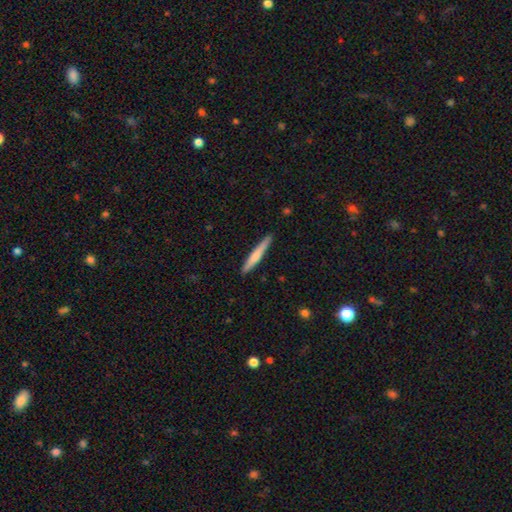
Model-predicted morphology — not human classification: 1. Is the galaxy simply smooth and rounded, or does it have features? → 61% smooth, 33% featured or disk, 5% star or artifact.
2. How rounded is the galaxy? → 95% cigar-shaped, 3% in between, 1% round.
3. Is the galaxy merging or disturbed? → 90% none, 8% minor disturbance, 1% major disturbance, 1% merger.